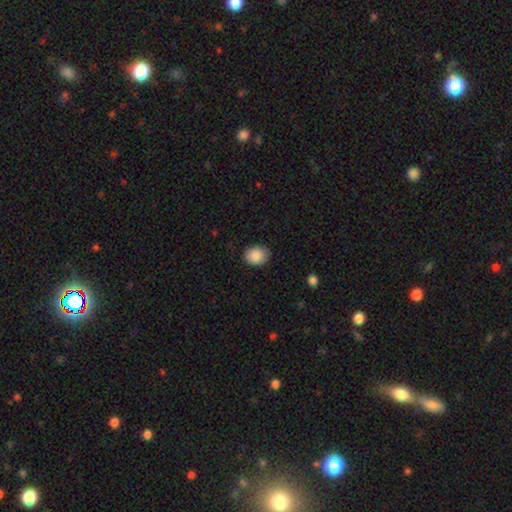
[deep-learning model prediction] A smooth galaxy with no disk features (88%) that is in between round and cigar-shaped (51%).

Vote fractions:
- Smooth or featured? smooth: 88% / star or artifact: 8% / featured or disk: 4%
- How rounded? in between: 51% / round: 48% / cigar-shaped: 1%
- Merging? none: 84% / minor disturbance: 12% / major disturbance: 3% / merger: 1%